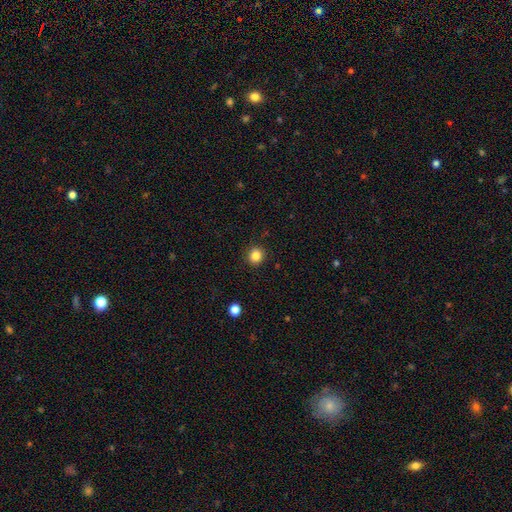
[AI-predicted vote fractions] smooth 85%, star or artifact 11%, featured or disk 4%. Down the decision tree: how rounded — round (89%); merging — none (91%).